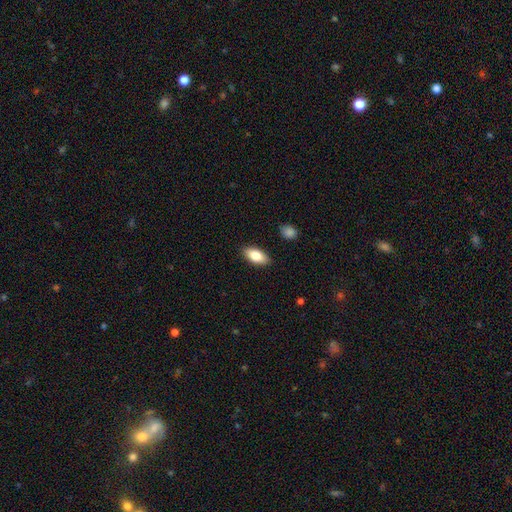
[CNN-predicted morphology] smooth 83%, featured or disk 11%, star or artifact 7%. Down the decision tree: how rounded — in between (89%); merging — none (88%).